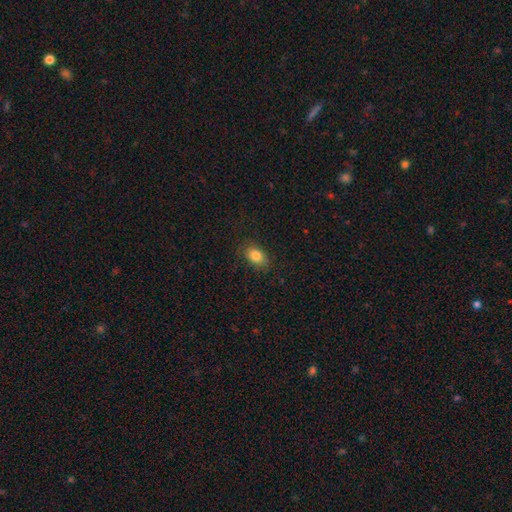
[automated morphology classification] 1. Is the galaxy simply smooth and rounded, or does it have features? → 84% smooth, 9% star or artifact, 7% featured or disk.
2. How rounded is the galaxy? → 81% in between, 18% round, 2% cigar-shaped.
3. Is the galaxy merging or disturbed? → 83% none, 13% minor disturbance, 3% major disturbance, 1% merger.